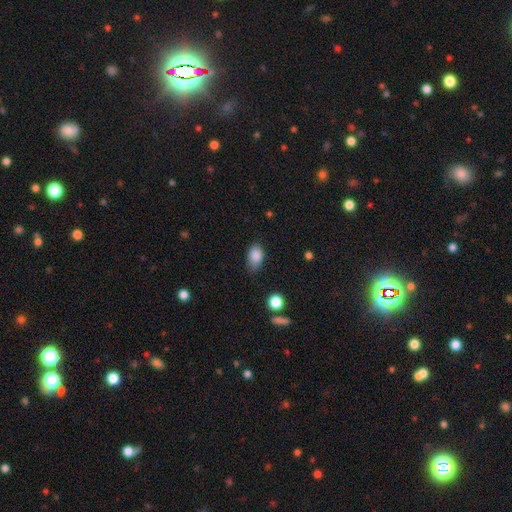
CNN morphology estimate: Smooth or featured?
  - smooth: 87% *
  - star or artifact: 9%
  - featured or disk: 5%
How rounded?
  - in between: 86% *
  - round: 13%
  - cigar-shaped: 2%
Merging?
  - none: 62% *
  - minor disturbance: 30%
  - major disturbance: 6%
  - merger: 2%